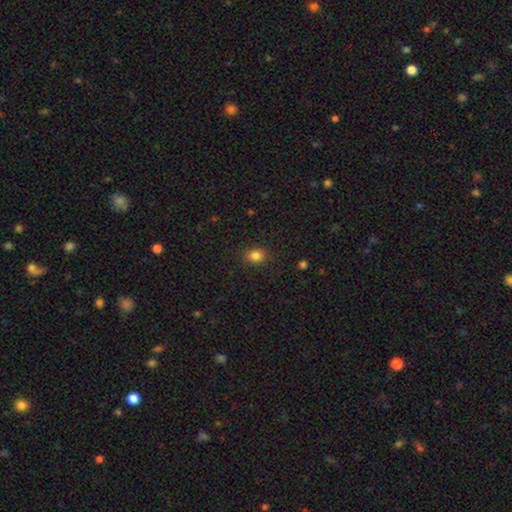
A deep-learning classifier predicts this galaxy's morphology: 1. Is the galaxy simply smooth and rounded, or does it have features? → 84% smooth, 12% star or artifact, 4% featured or disk.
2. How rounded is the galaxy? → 58% round, 41% in between, 1% cigar-shaped.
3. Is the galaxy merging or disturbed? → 87% none, 9% minor disturbance, 3% major disturbance, 1% merger.